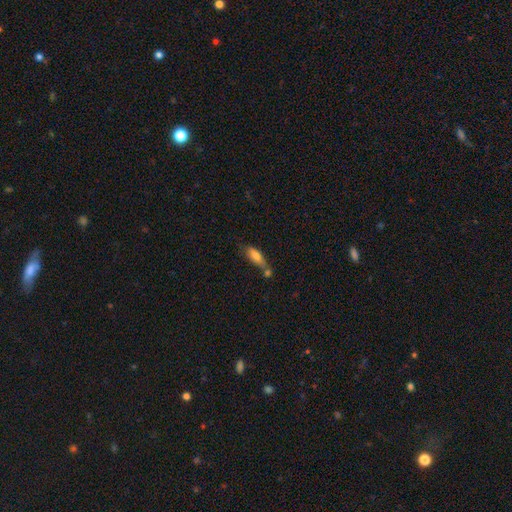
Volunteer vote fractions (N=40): smooth_or_featured: smooth (p=0.72) [alt: featured or disk p=0.28]
how_rounded: in between (p=0.66) [alt: cigar-shaped p=0.34]
merging: merger (p=0.45) [alt: none p=0.30]